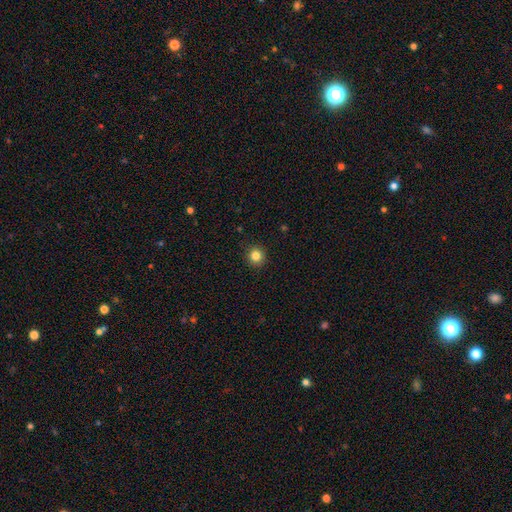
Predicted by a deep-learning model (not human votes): This is clearly a smooth galaxy (83%). How rounded: clearly round (93%). Merging: clearly none (92%).